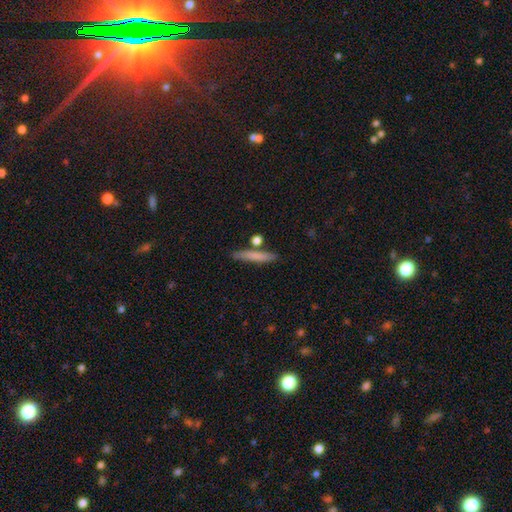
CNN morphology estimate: Smooth or featured? Predicted: smooth (p=0.74). How rounded? Predicted: cigar-shaped (p=0.90). Merging? Predicted: none (p=0.79).